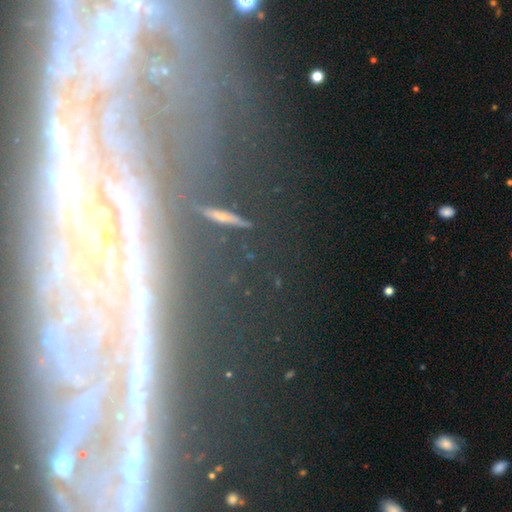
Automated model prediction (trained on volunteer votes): smooth_or_featured: featured or disk (p=0.52) [alt: star or artifact p=0.30]
disk_edge_on: no (p=0.69) [alt: yes p=0.31]
merging: none (p=0.75) [alt: minor disturbance p=0.13]